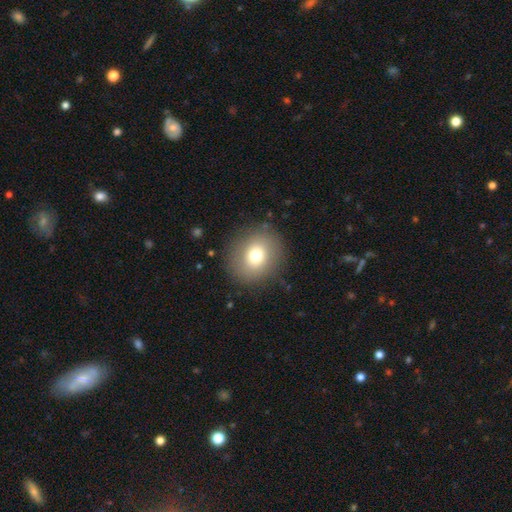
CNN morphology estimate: Smooth or featured?
  - smooth: 74% *
  - featured or disk: 14%
  - star or artifact: 12%
How rounded?
  - round: 78% *
  - in between: 21%
  - cigar-shaped: 1%
Merging?
  - none: 87% *
  - minor disturbance: 8%
  - major disturbance: 4%
  - merger: 1%